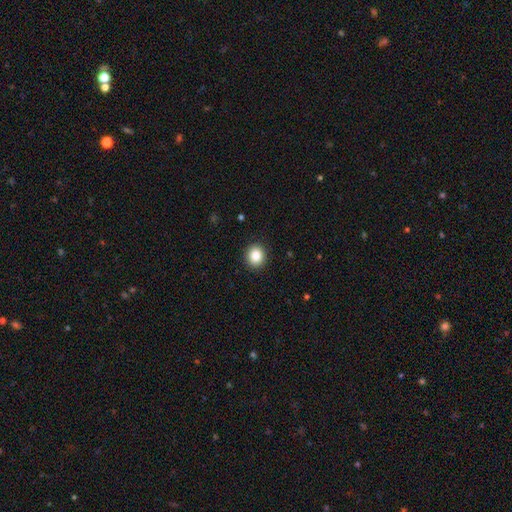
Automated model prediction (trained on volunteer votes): Q: Smooth or featured?
A: smooth (86%); runner-up: star or artifact (9%)
Q: How rounded?
A: round (80%); runner-up: in between (19%)
Q: Merging?
A: none (91%); runner-up: minor disturbance (6%)